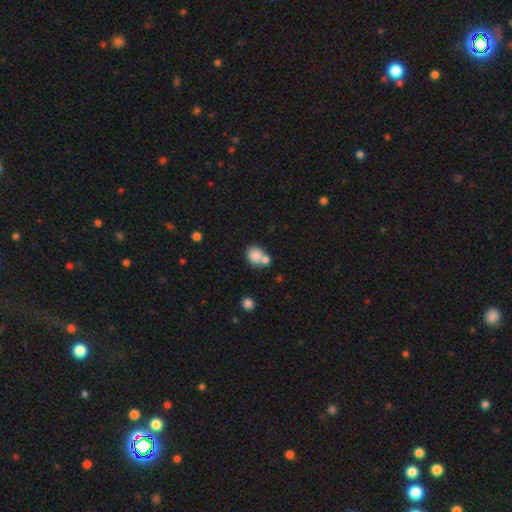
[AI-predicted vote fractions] smooth-or-featured: smooth: 82% | star or artifact: 9% | featured or disk: 8%
  how-rounded: round: 71% | in between: 28% | cigar-shaped: 1%
  merging: merger: 45% | none: 41% | minor disturbance: 10% | major disturbance: 4%